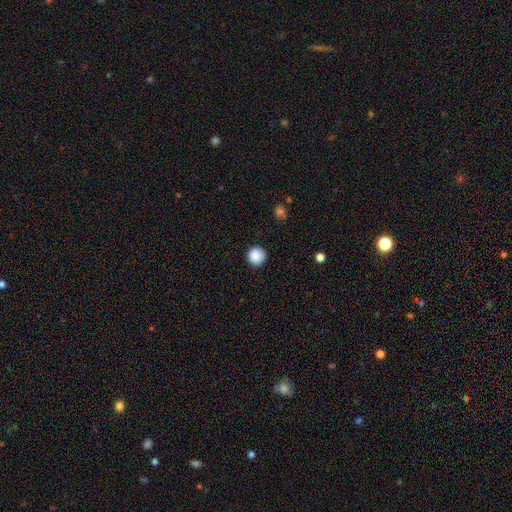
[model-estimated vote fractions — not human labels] This appears to be a smooth galaxy with no disk features (89%) that is round (95%). Merging: none (92%).